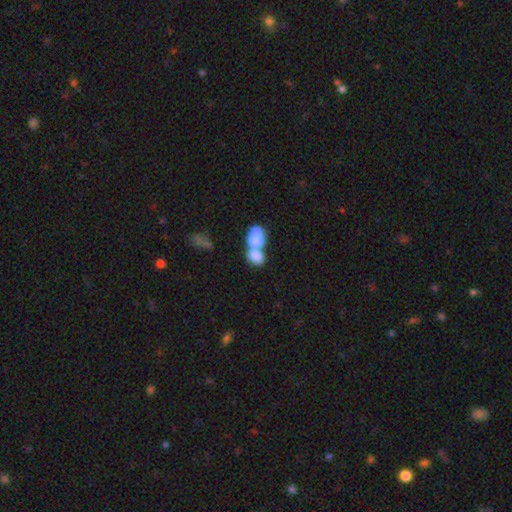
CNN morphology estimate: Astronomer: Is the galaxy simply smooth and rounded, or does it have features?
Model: smooth — 61%.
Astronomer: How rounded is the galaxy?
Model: in between — 74%.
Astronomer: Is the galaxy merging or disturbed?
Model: merger — 75%.